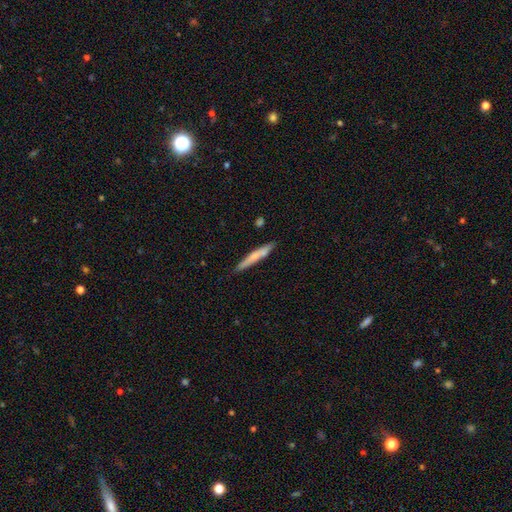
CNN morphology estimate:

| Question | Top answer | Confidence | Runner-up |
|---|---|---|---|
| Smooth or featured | smooth | 62% | featured or disk (33%) |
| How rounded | cigar-shaped | 95% | in between (4%) |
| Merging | none | 84% | minor disturbance (11%) |